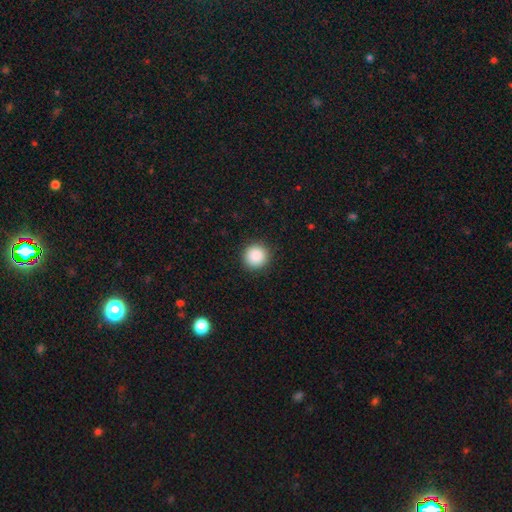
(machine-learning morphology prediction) A smooth galaxy with no disk features (89%) that is round (95%). Merging: none (91%).